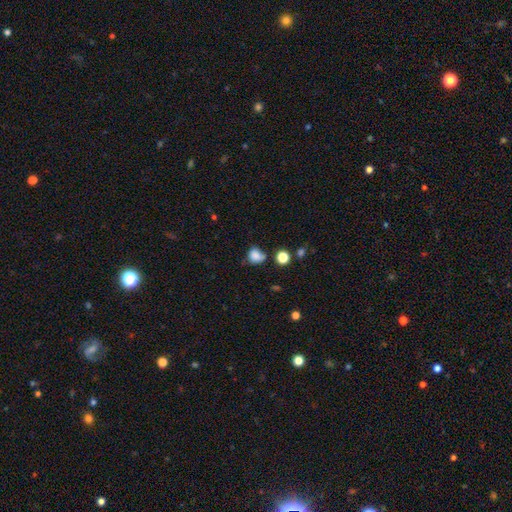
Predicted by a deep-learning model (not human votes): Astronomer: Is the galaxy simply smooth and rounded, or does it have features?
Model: smooth — 81%.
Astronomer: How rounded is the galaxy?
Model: round — 65%.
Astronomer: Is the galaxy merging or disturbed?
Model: none — 47% (runner-up: minor disturbance, 31%).